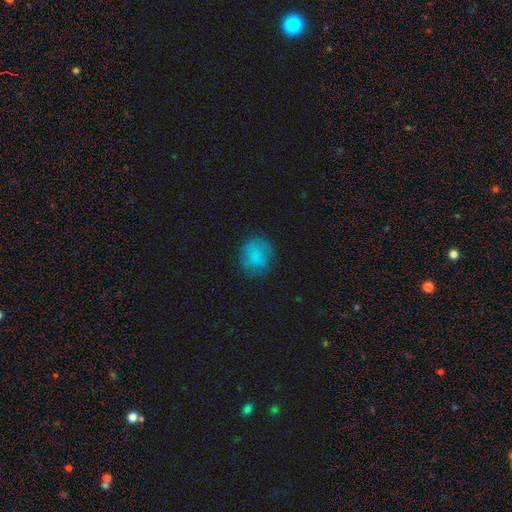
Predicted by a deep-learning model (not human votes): Smooth or featured?
  - smooth: 80% *
  - featured or disk: 10%
  - star or artifact: 10%
How rounded?
  - round: 77% *
  - in between: 22%
  - cigar-shaped: 1%
Merging?
  - none: 75% *
  - minor disturbance: 17%
  - major disturbance: 6%
  - merger: 1%